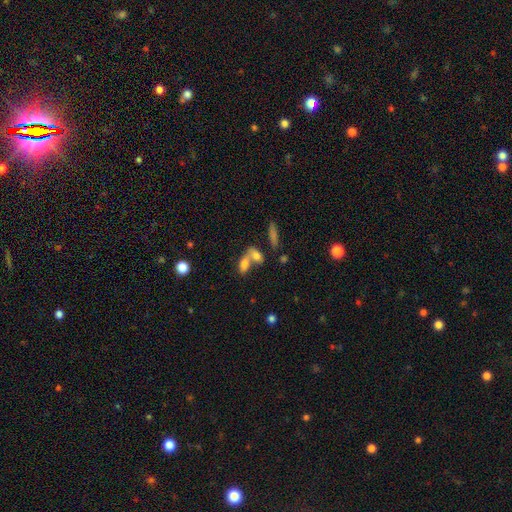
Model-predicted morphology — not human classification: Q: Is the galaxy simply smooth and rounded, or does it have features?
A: smooth — 72%.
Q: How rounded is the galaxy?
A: in between — 77%.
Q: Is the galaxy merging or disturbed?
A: merger — 57%.